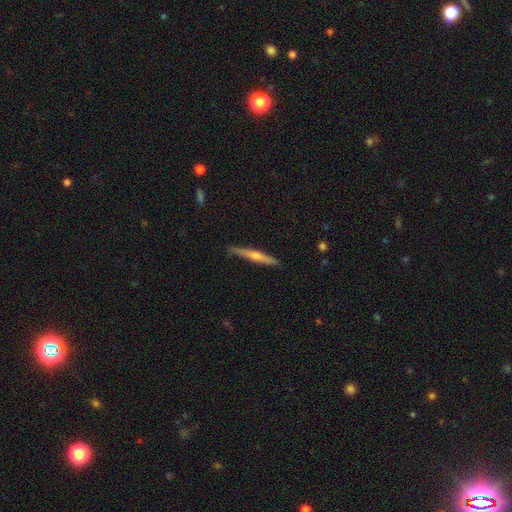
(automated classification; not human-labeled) Overall: featured or disk (66%; smooth 28%). Edge-on disk: yes (97%). Edge-on bulge: rounded (76%). Merging: none (89%).